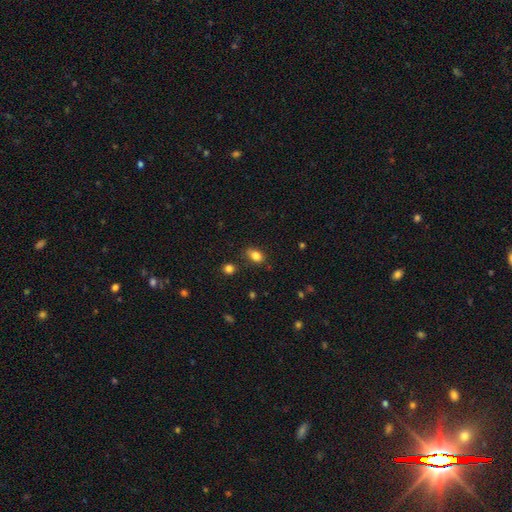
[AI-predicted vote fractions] smooth_or_featured: smooth (p=0.83) [alt: star or artifact p=0.11]
how_rounded: in between (p=0.78) [alt: round p=0.20]
merging: none (p=0.77) [alt: minor disturbance p=0.16]